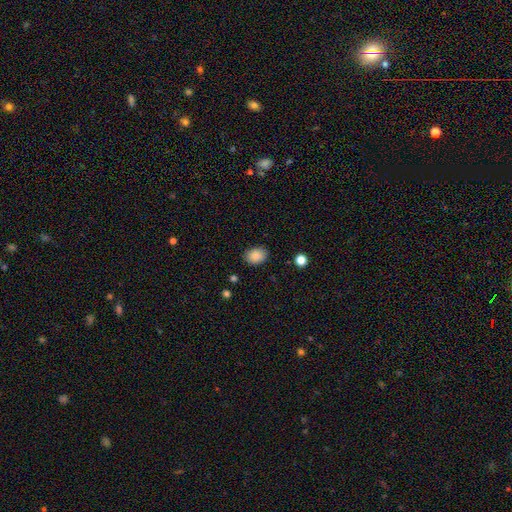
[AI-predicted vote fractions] The model was most divided on "how rounded": in between: 69%, round: 30%, cigar-shaped: 1%. More confident: smooth or featured — smooth (88%); merging — none (84%).